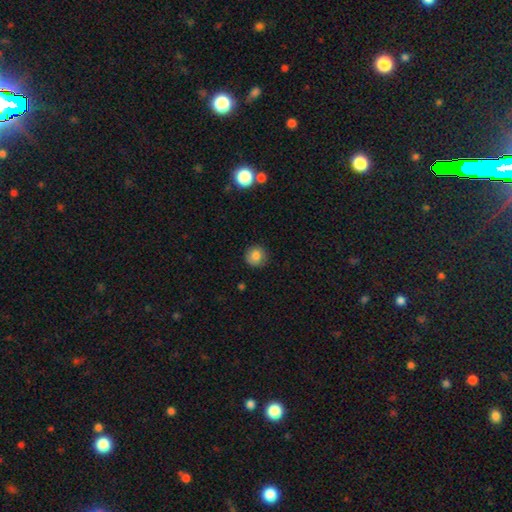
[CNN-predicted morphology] Smooth or featured? smooth (83%)
How rounded? round (92%)
Merging? none (86%)